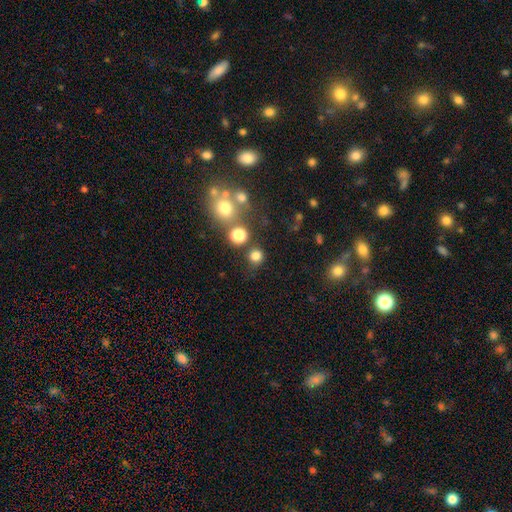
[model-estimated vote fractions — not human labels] The model was most divided on "smooth or featured": smooth: 77%, star or artifact: 17%, featured or disk: 6%. More confident: how rounded — round (89%); merging — none (76%).